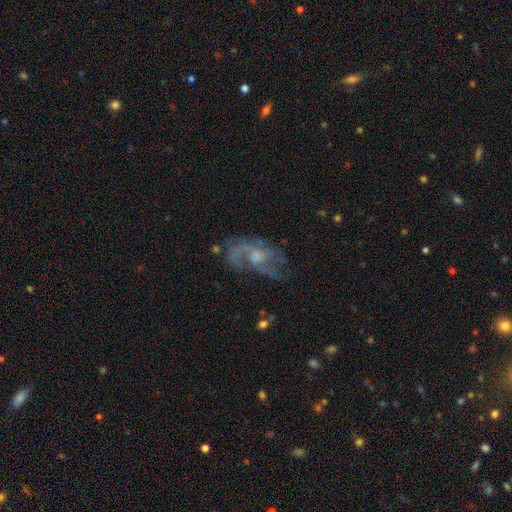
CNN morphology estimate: featured or disk 73%, smooth 18%, star or artifact 9%. Down the decision tree: edge-on disk — no (95%); bar — no (64%); spiral arms — yes (78%); spiral arm count — 2 (39%); spiral winding — medium (42%); bulge size — moderate (47%); merging — none (51%).